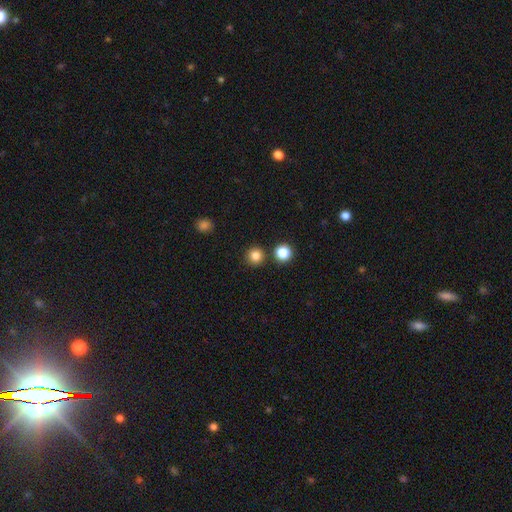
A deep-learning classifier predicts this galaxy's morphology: A smooth galaxy with no disk features (82%) that is round (95%).

Vote fractions:
- Smooth or featured? smooth: 82% / star or artifact: 13% / featured or disk: 4%
- How rounded? round: 95% / in between: 4% / cigar-shaped: 1%
- Merging? none: 87% / merger: 6% / minor disturbance: 6% / major disturbance: 2%